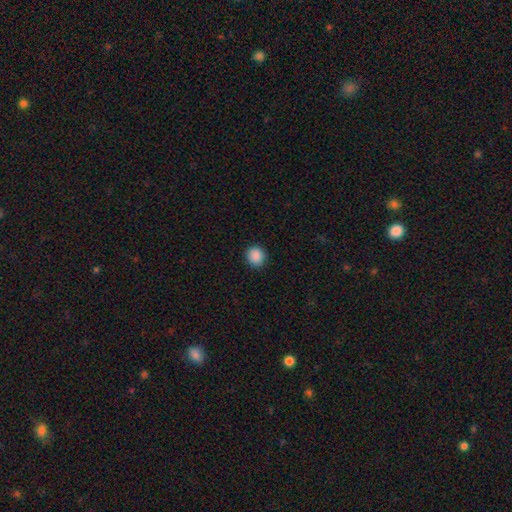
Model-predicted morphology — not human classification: smooth 89%, star or artifact 9%, featured or disk 2%. Down the decision tree: how rounded — round (90%); merging — none (91%).